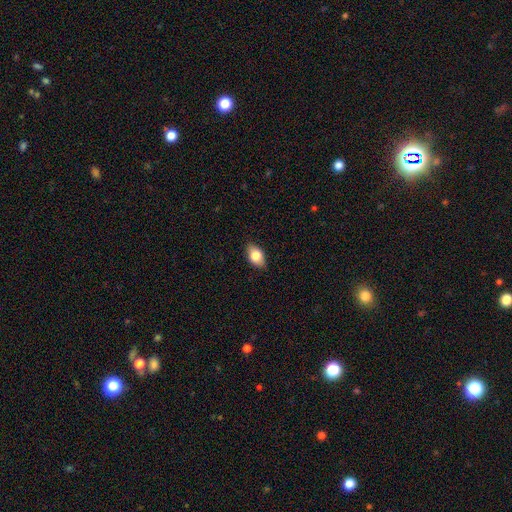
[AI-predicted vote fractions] smooth 79%, featured or disk 14%, star or artifact 7%. Down the decision tree: how rounded — in between (88%); merging — none (84%).